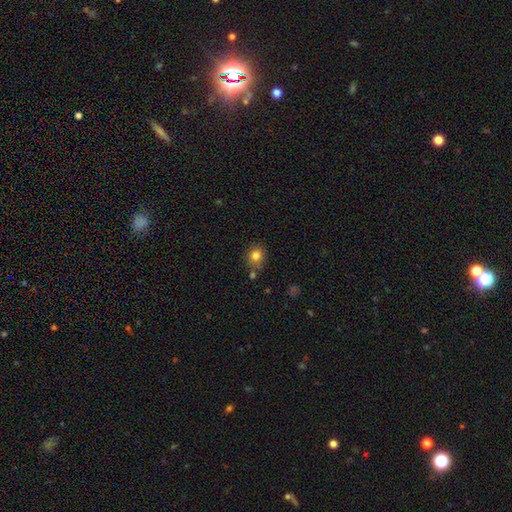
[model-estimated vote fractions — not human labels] Morphology: type=smooth (82%); roundness=round (76%); merging=none (74%).